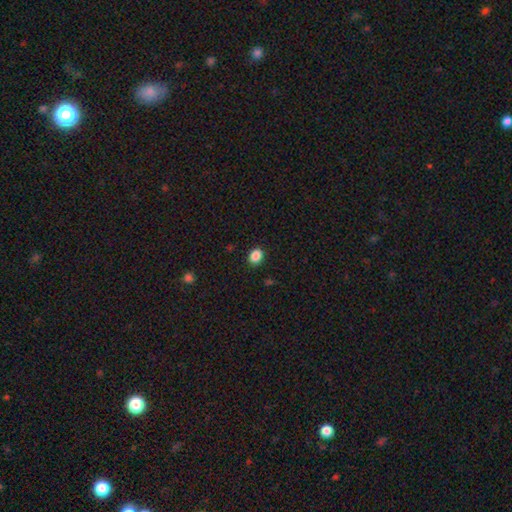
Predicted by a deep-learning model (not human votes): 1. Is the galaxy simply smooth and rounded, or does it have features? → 88% smooth, 9% star or artifact, 3% featured or disk.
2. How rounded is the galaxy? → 50% in between, 49% round, 1% cigar-shaped.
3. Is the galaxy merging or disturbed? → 90% none, 7% minor disturbance, 2% major disturbance, 1% merger.